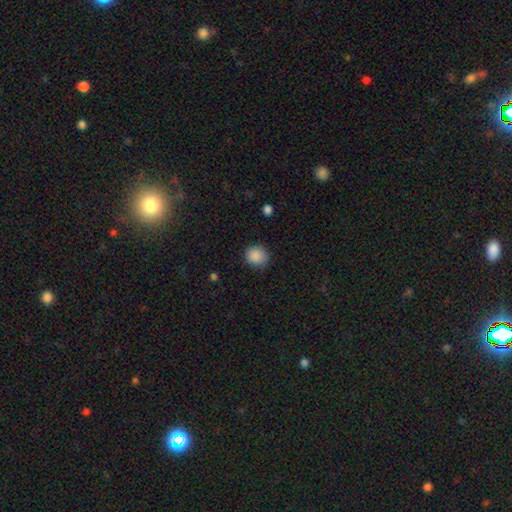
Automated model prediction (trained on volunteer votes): Smooth or featured?
  - smooth: 88% *
  - star or artifact: 9%
  - featured or disk: 3%
How rounded?
  - round: 86% *
  - in between: 13%
  - cigar-shaped: 1%
Merging?
  - none: 87% *
  - minor disturbance: 10%
  - major disturbance: 3%
  - merger: 1%